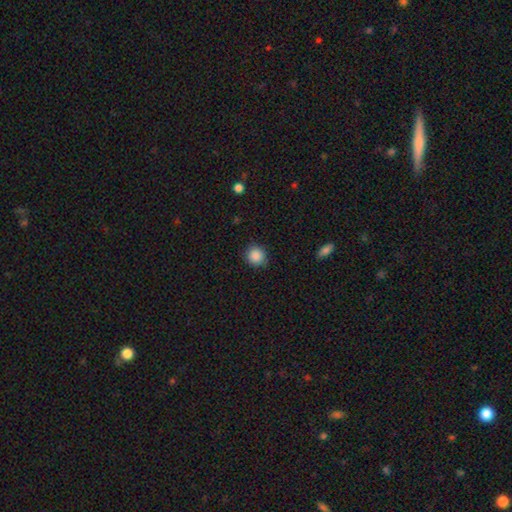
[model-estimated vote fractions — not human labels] Smooth or featured: smooth — 88% (star or artifact — 9%)
How rounded: round — 86% (in between — 13%)
Merging: none — 87% (minor disturbance — 9%)